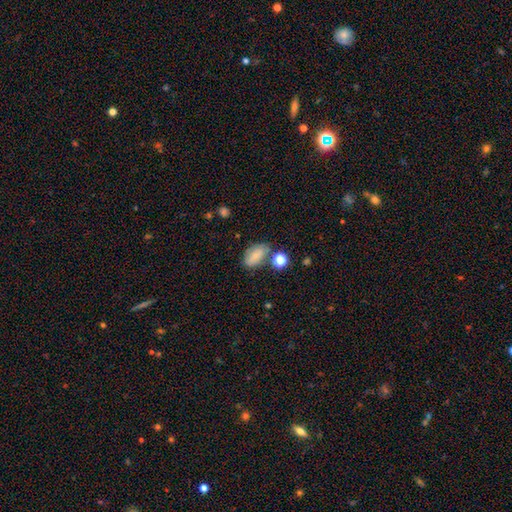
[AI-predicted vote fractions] Smooth or featured?
  - smooth: 77% *
  - featured or disk: 13%
  - star or artifact: 10%
How rounded?
  - in between: 89% *
  - round: 8%
  - cigar-shaped: 2%
Merging?
  - none: 62% *
  - minor disturbance: 20%
  - merger: 12%
  - major disturbance: 6%